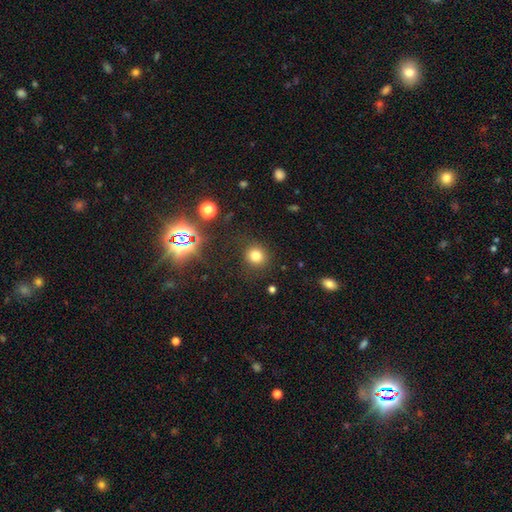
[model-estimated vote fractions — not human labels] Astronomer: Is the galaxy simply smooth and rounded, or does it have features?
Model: smooth — 76%.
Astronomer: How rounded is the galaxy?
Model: round — 88%.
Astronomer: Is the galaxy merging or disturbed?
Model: none — 86%.